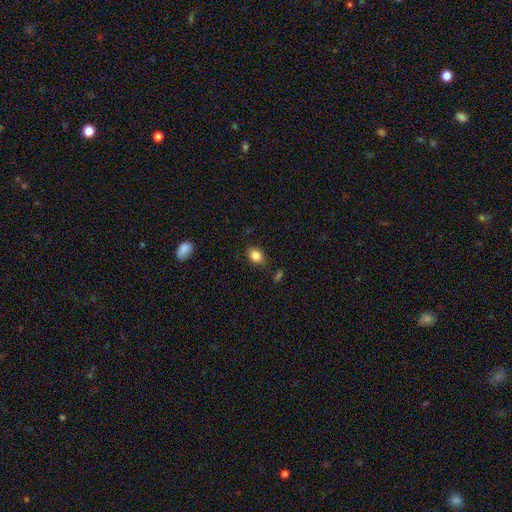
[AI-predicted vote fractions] Q: Smooth or featured?
A: smooth (84%); runner-up: star or artifact (10%)
Q: How rounded?
A: in between (73%); runner-up: round (26%)
Q: Merging?
A: none (83%); runner-up: minor disturbance (12%)